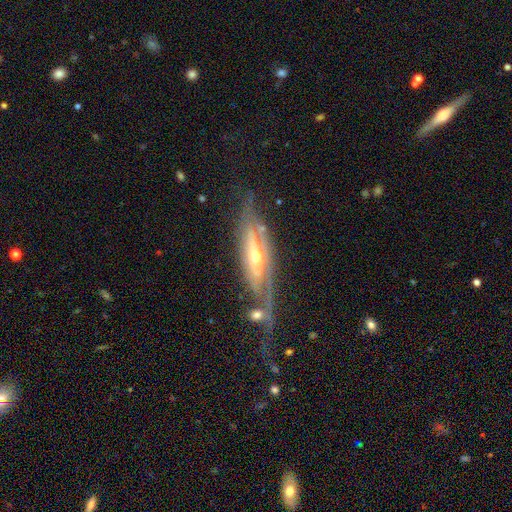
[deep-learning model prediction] Q: Smooth or featured?
A: featured or disk (82%); runner-up: smooth (11%)
Q: Edge-on disk?
A: no (55%); runner-up: yes (45%)
Q: Merging?
A: none (43%); runner-up: minor disturbance (23%)